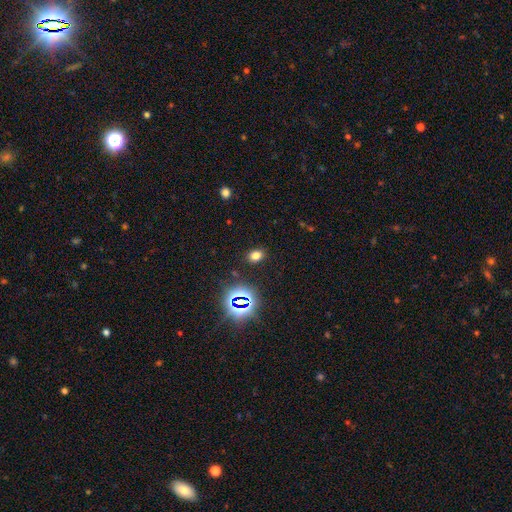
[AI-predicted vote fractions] The model was most divided on "how rounded": in between: 63%, round: 35%, cigar-shaped: 1%. More confident: merging — none (87%); smooth or featured — smooth (71%).